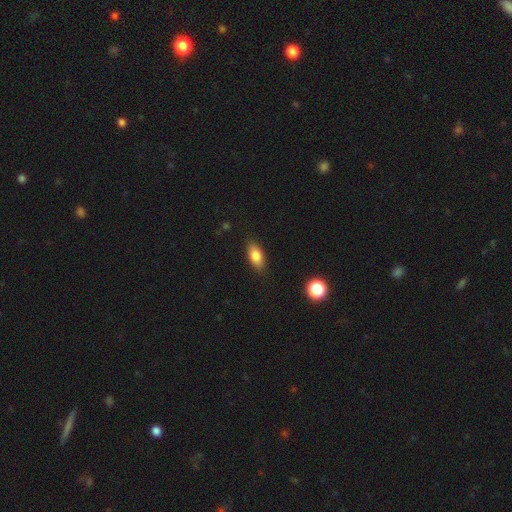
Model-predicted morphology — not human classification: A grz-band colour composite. It shows a smooth galaxy with no disk features (82%) that is in between round and cigar-shaped (87%). Merging: none (85%).